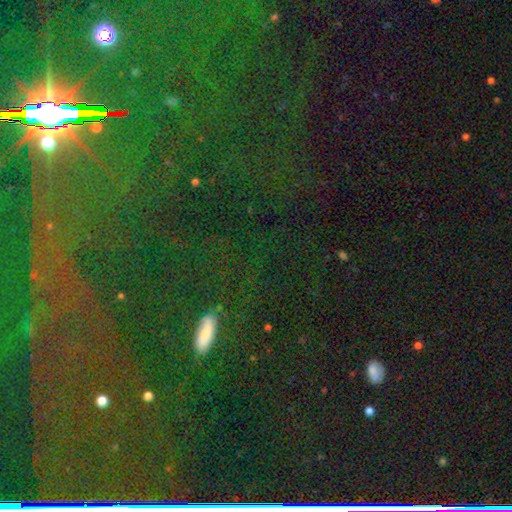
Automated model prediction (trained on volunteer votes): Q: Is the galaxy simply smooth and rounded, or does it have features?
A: star or artifact — 65%.